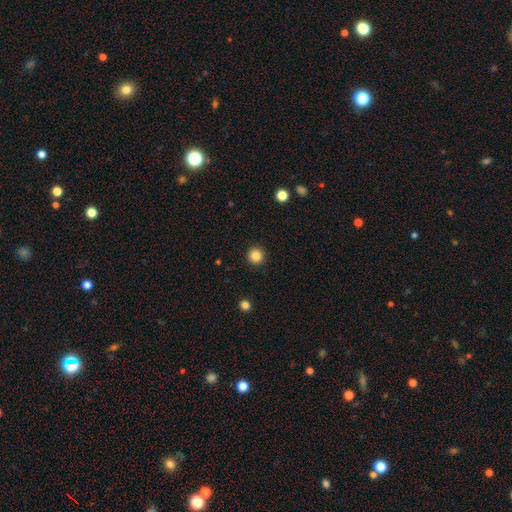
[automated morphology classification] Q: Smooth or featured?
A: smooth (85%); runner-up: star or artifact (11%)
Q: How rounded?
A: round (96%); runner-up: in between (3%)
Q: Merging?
A: none (93%); runner-up: minor disturbance (4%)